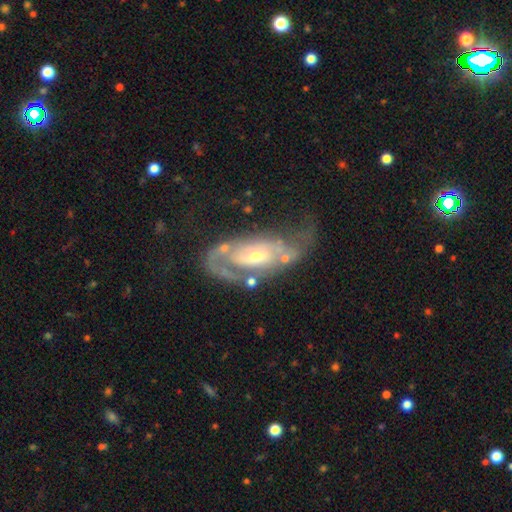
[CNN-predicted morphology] A featured or disk galaxy (80%) with no bar (61%), 2 (45%) tight (40%) spiral arms (83%) and a small central bulge (55%). Merging: none (41%).